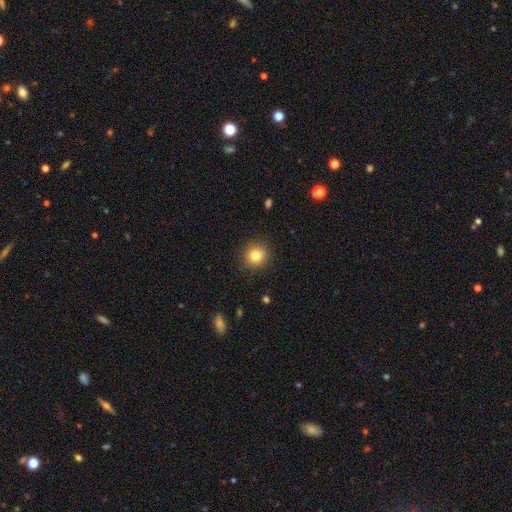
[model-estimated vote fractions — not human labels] Smooth or featured? Predicted: smooth (p=0.81). How rounded? Predicted: round (p=0.91). Merging? Predicted: none (p=0.89).